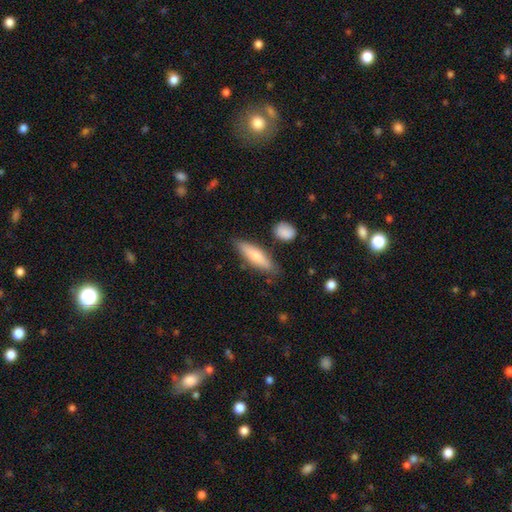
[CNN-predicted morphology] smooth_or_featured: smooth (p=0.71) [alt: featured or disk p=0.23]
how_rounded: cigar-shaped (p=0.65) [alt: in between p=0.33]
merging: none (p=0.79) [alt: minor disturbance p=0.14]